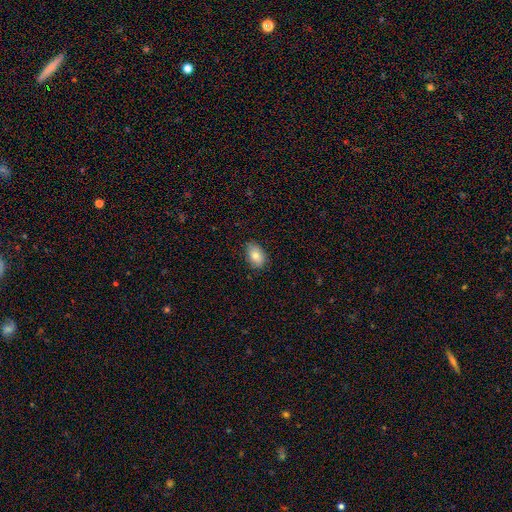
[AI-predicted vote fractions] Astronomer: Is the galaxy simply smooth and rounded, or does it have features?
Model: smooth — 83%.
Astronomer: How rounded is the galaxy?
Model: in between — 87%.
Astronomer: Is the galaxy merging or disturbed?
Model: none — 83%.